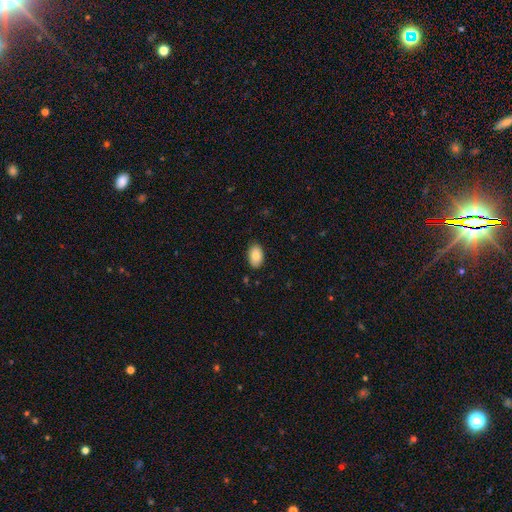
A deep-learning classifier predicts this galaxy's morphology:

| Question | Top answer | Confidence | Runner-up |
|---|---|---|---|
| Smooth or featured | smooth | 86% | featured or disk (7%) |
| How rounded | in between | 92% | round (7%) |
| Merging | none | 87% | minor disturbance (10%) |